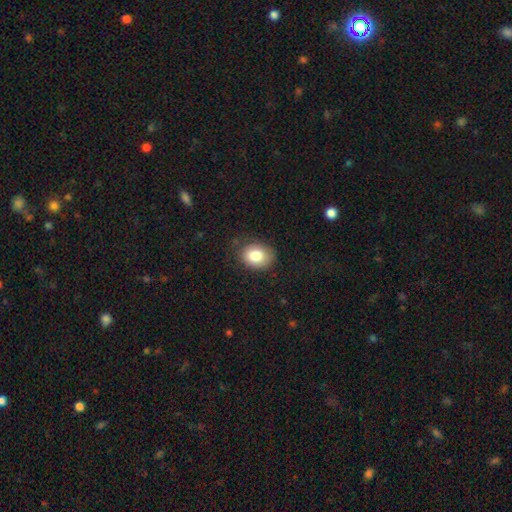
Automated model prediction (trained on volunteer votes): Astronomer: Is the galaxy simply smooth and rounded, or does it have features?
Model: smooth — 83%.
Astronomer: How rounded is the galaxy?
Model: in between — 61% (runner-up: round, 38%).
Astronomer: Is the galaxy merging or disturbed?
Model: none — 74%.